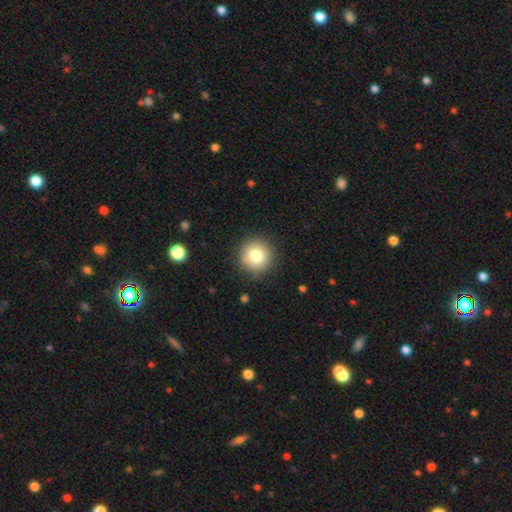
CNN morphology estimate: Smooth or featured?
  - smooth: 78% *
  - star or artifact: 11%
  - featured or disk: 11%
How rounded?
  - round: 95% *
  - in between: 4%
  - cigar-shaped: 1%
Merging?
  - none: 90% *
  - minor disturbance: 7%
  - major disturbance: 2%
  - merger: 1%